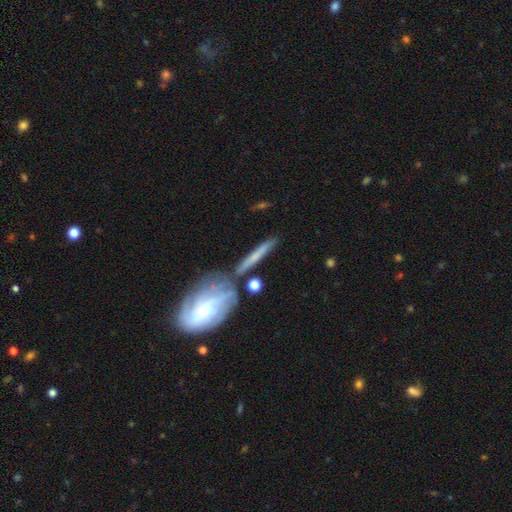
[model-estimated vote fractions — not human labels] Smooth or featured? smooth (50%)
Merging? none (68%)